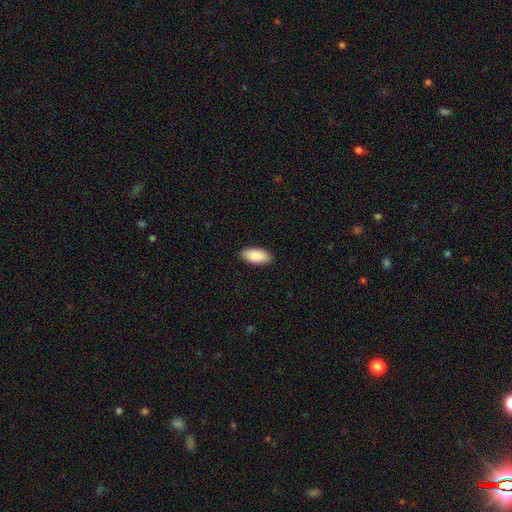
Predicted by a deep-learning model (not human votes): A smooth galaxy with no disk features (90%) that is in between round and cigar-shaped (92%). Merging: none (89%).